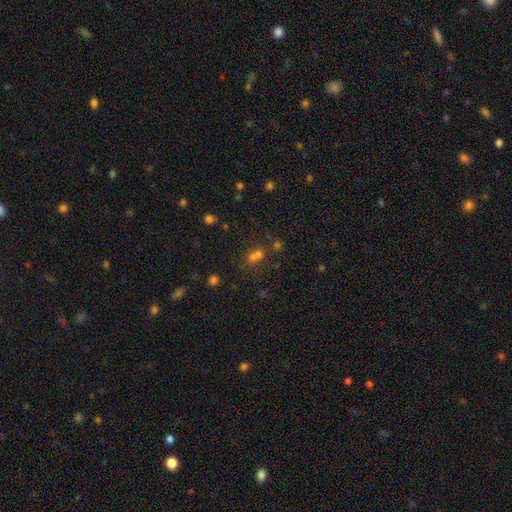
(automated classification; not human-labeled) Morphology: type=smooth (52%); roundness=round (59%); merging=none (46%).